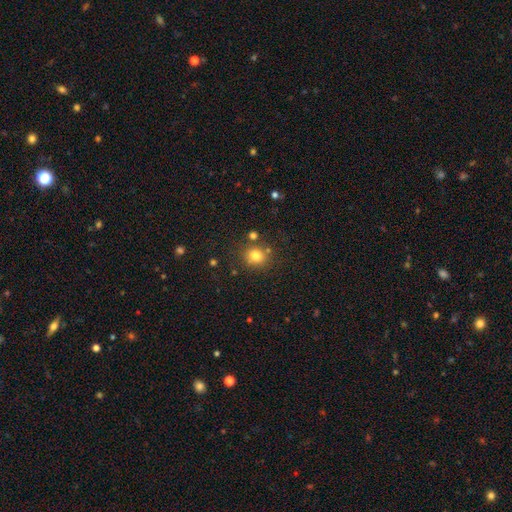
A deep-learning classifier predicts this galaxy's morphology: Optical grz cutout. It shows a smooth galaxy with no disk features (79%) that is round (83%). Merging: none (77%).